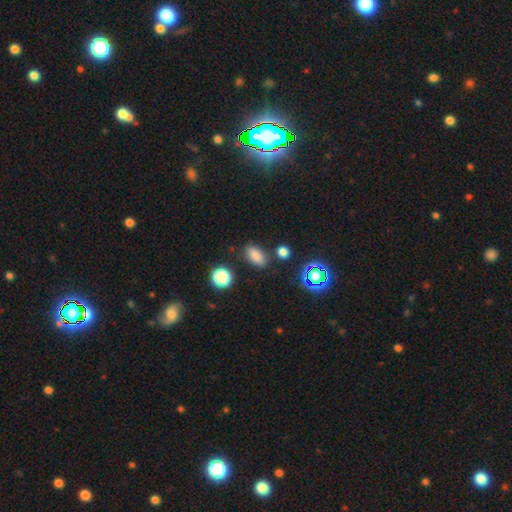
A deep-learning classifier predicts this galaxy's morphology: A smooth galaxy with no disk features (78%) that is in between round and cigar-shaped (82%). Merging: none (81%).